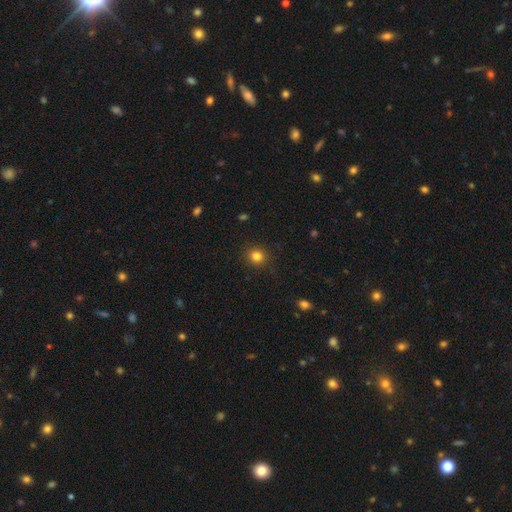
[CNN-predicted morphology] smooth 83%, star or artifact 12%, featured or disk 5%. Down the decision tree: how rounded — round (88%); merging — none (90%).